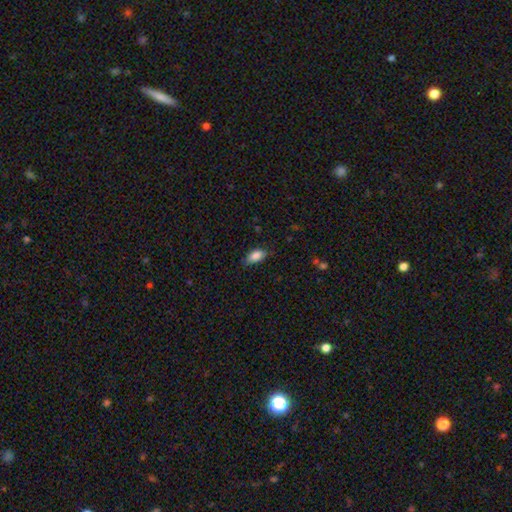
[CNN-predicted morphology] type=smooth (86%); roundness=in between (89%); merging=none (73%).